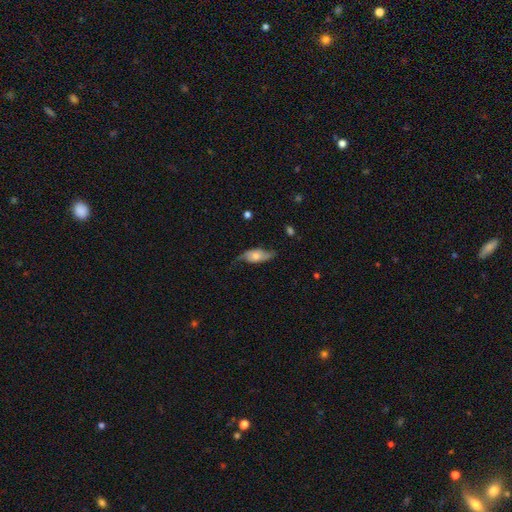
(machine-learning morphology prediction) This is possibly a featured or disk galaxy (52%). It is likely not viewed edge-on (78%). Merging: possibly none (59%).